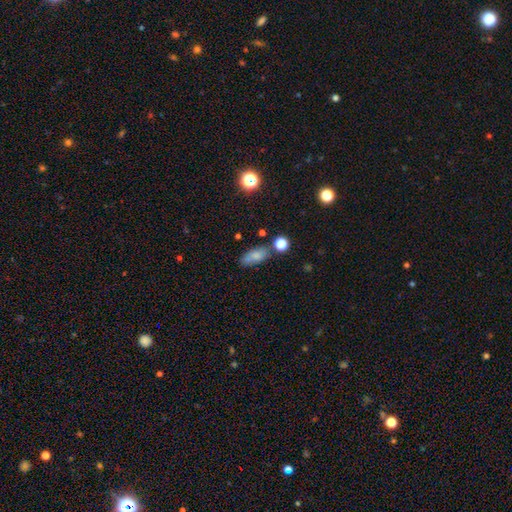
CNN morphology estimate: Overall: smooth (76%). How rounded: in between (81%). Merging: none (66%).